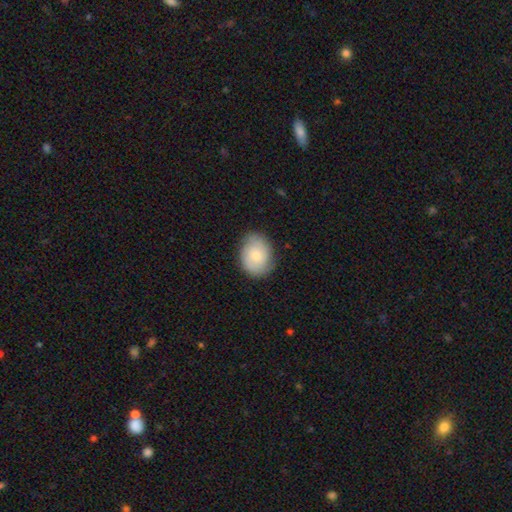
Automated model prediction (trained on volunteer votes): Overall: smooth (60%; featured or disk 33%). How rounded: in between (58%; round 41%). Merging: none (78%).